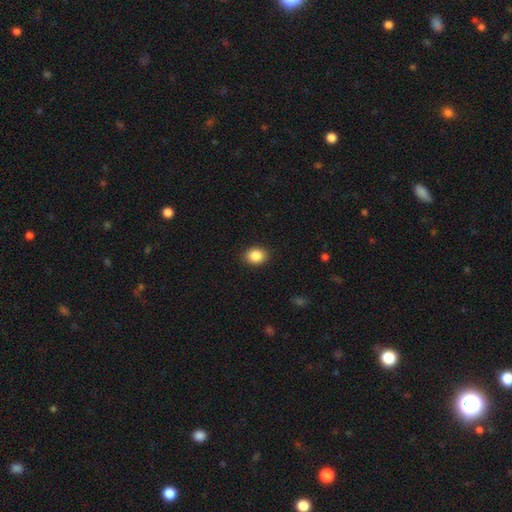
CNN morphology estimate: Smooth or featured? Predicted: smooth (p=0.88). How rounded? Predicted: in between (p=0.58). Merging? Predicted: none (p=0.89).